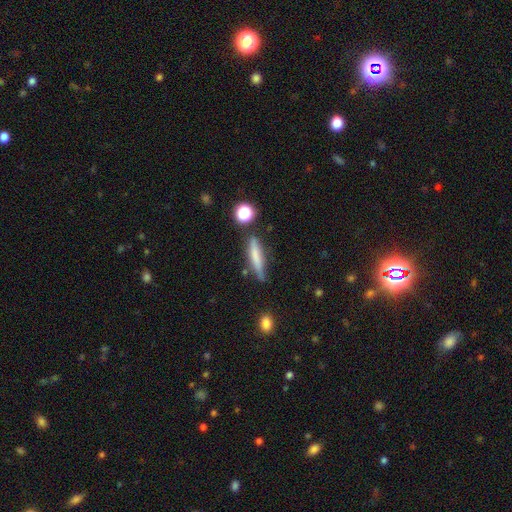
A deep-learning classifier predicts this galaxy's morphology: The model was most divided on "smooth or featured": smooth: 66%, featured or disk: 26%, star or artifact: 8%. More confident: how rounded — cigar-shaped (83%); merging — none (69%).